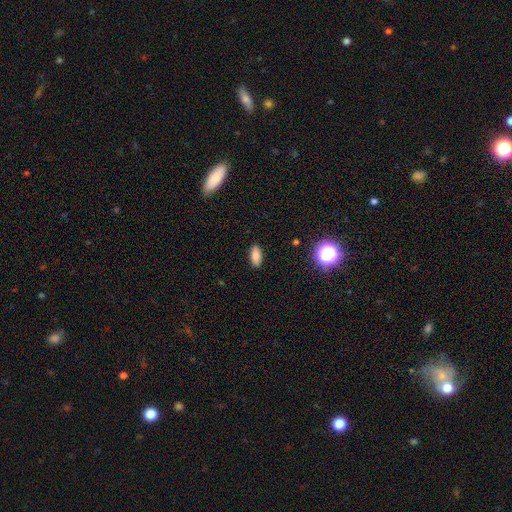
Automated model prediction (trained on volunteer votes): Smooth or featured: smooth — 82% (star or artifact — 10%)
How rounded: in between — 85% (cigar-shaped — 12%)
Merging: none — 89% (minor disturbance — 8%)